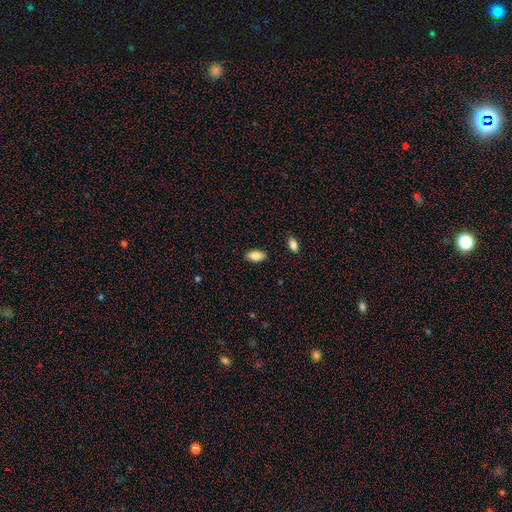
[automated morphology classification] The model was most divided on "smooth or featured": smooth: 83%, featured or disk: 10%, star or artifact: 7%. More confident: how rounded — in between (92%); merging — none (87%).